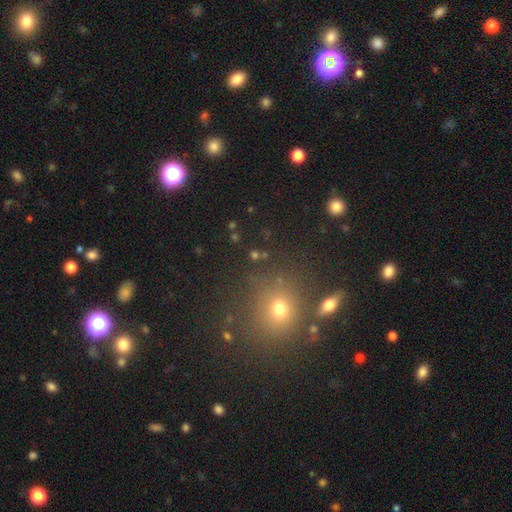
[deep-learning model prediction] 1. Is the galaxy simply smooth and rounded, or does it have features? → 52% smooth, 37% star or artifact, 11% featured or disk.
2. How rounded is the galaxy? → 76% round, 20% in between, 3% cigar-shaped.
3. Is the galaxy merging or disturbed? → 80% none, 9% minor disturbance, 6% merger, 4% major disturbance.